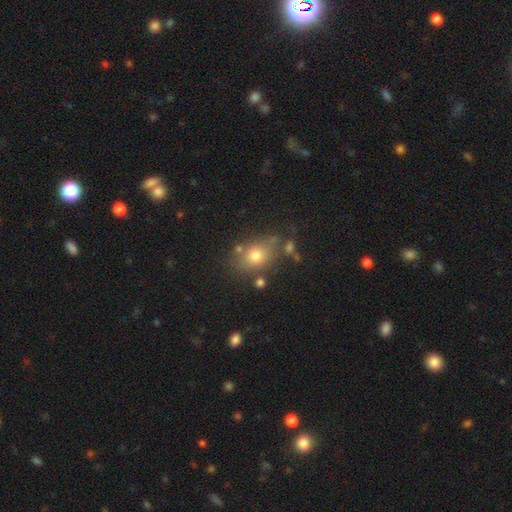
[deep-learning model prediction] This appears to be a smooth galaxy with no disk features (72%) that is in between round and cigar-shaped (54%). Merging: none (72%).